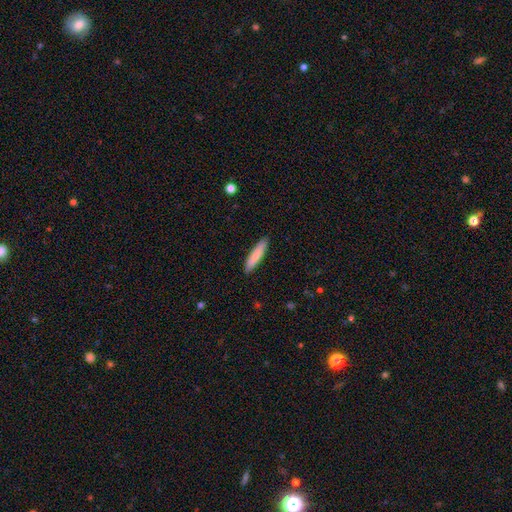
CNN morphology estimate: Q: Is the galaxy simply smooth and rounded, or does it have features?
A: smooth — 80%.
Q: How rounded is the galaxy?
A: cigar-shaped — 84%.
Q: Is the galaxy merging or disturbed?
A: none — 90%.